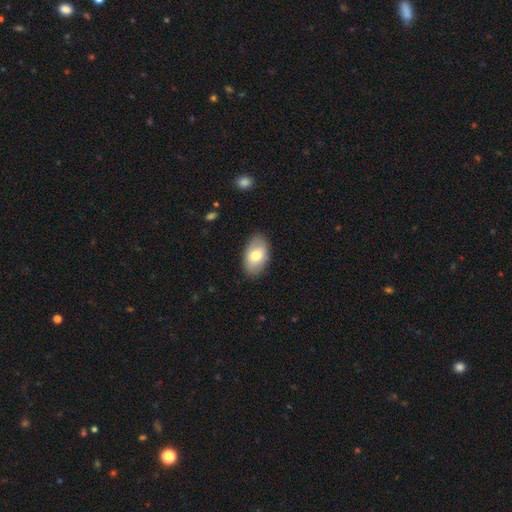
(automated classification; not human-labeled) Overall: smooth (74%). How rounded: in between (93%). Merging: none (85%).